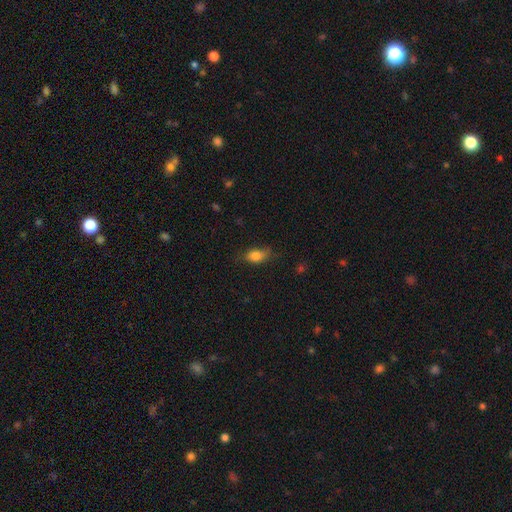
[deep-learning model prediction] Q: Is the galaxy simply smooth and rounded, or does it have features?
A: smooth — 81%.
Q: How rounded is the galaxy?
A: in between — 83%.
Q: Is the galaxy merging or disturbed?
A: none — 67%.